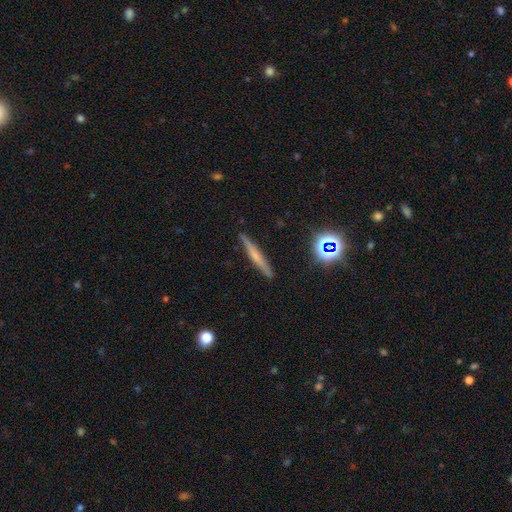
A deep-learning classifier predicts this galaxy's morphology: smooth 45%, featured or disk 43%, star or artifact 12%. Down the decision tree: merging — none (89%).